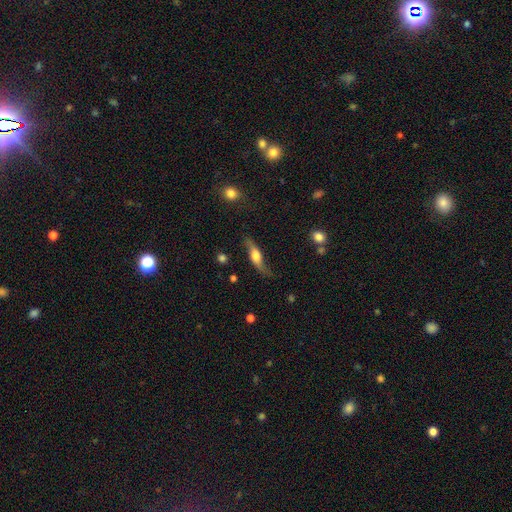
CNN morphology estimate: smooth-or-featured: featured or disk: 62% | smooth: 32% | star or artifact: 6%
  disk-edge-on: yes: 58% | no: 42%
  merging: none: 67% | minor disturbance: 23% | major disturbance: 9% | merger: 2%